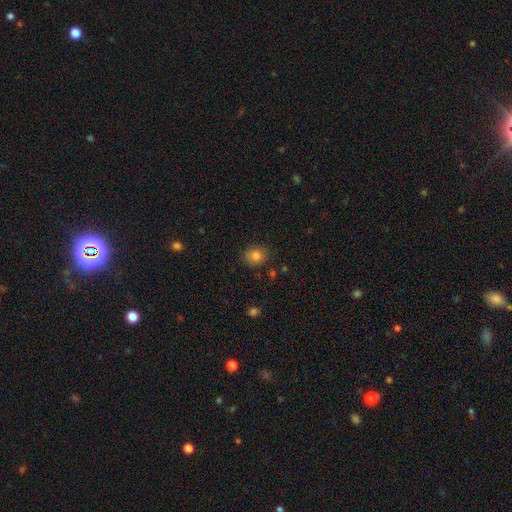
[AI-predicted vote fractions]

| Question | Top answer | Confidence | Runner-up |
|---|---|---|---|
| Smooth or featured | smooth | 82% | star or artifact (11%) |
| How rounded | round | 59% | in between (40%) |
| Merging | none | 84% | minor disturbance (12%) |